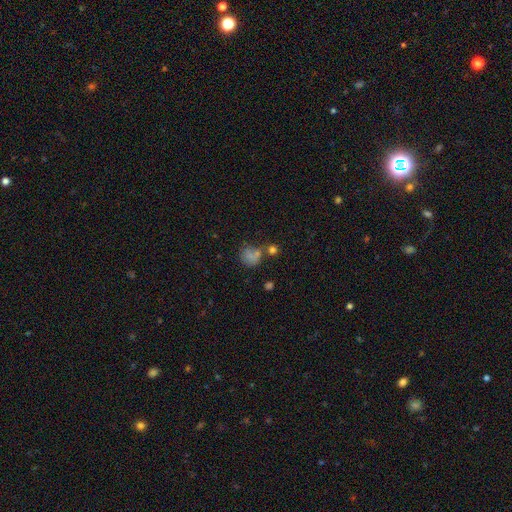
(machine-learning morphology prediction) Overall: smooth (50%; star or artifact 38%). Merging: none (61%).